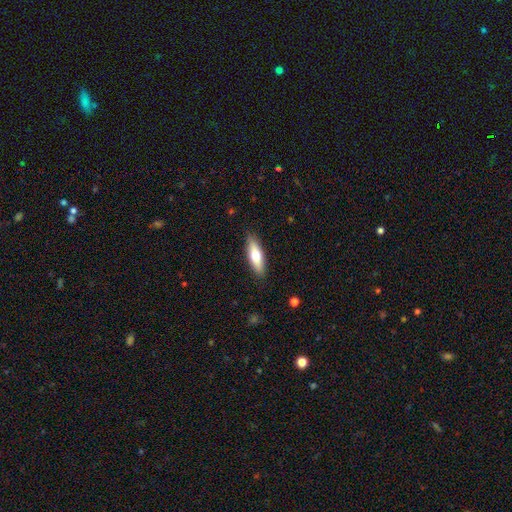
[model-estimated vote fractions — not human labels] The model was most divided on "how rounded": in between: 50%, cigar-shaped: 48%, round: 2%. More confident: merging — none (88%); smooth or featured — smooth (66%).